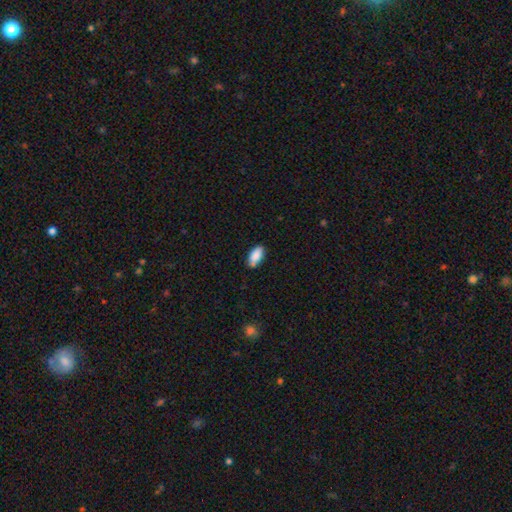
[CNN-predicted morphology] Smooth or featured? Predicted: smooth (p=0.87). How rounded? Predicted: in between (p=0.91). Merging? Predicted: none (p=0.79).